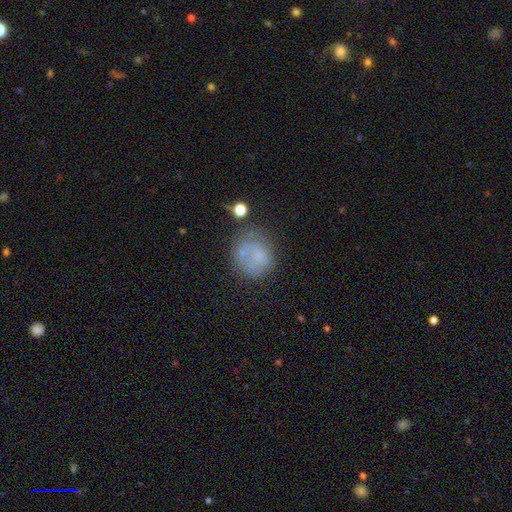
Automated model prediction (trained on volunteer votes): smooth-or-featured: smooth: 60% | featured or disk: 27% | star or artifact: 13%
  how-rounded: round: 78% | in between: 20% | cigar-shaped: 1%
  merging: none: 50% | minor disturbance: 23% | major disturbance: 15% | merger: 12%